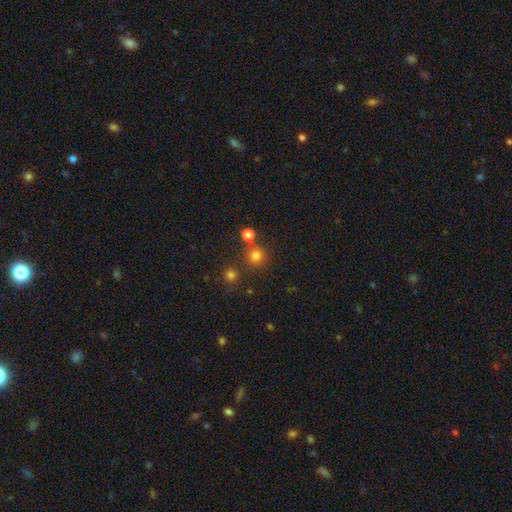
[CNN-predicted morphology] A smooth galaxy with no disk features (77%) that is round (93%).

Vote fractions:
- Smooth or featured? smooth: 77% / star or artifact: 18% / featured or disk: 5%
- How rounded? round: 93% / in between: 6% / cigar-shaped: 1%
- Merging? none: 77% / merger: 13% / minor disturbance: 7% / major disturbance: 3%